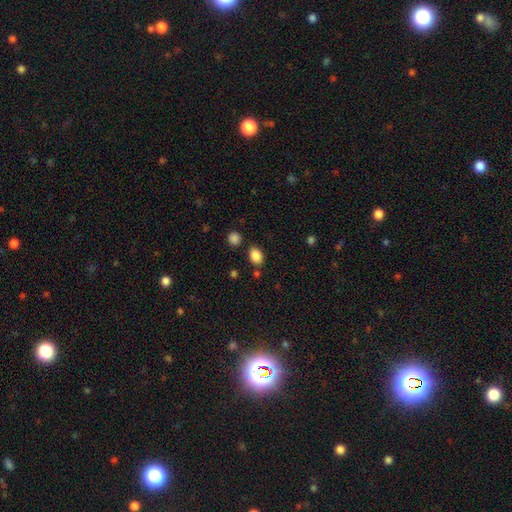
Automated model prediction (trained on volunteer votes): Smooth or featured? Predicted: smooth (p=0.86). How rounded? Predicted: in between (p=0.77). Merging? Predicted: none (p=0.80).